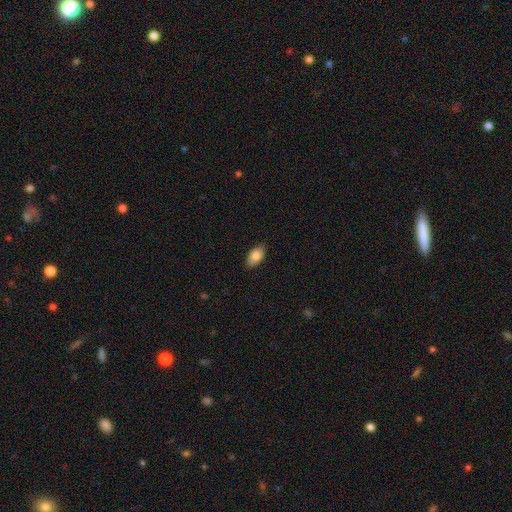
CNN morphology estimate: smooth 84%, featured or disk 9%, star or artifact 7%. Down the decision tree: how rounded — in between (93%); merging — none (87%).